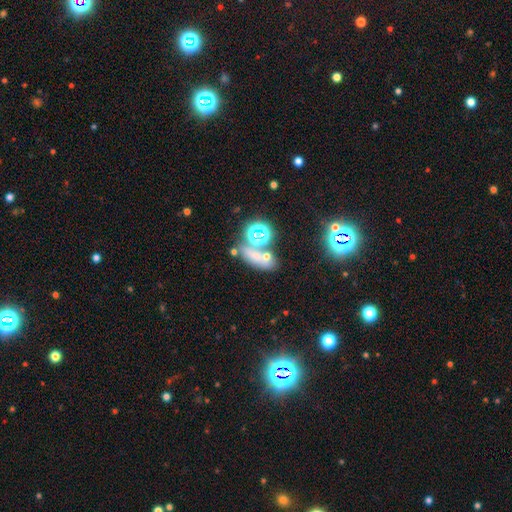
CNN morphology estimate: This appears to be a smooth galaxy with no disk features (52%) that is in between round and cigar-shaped (57%). Merging: none (53%).